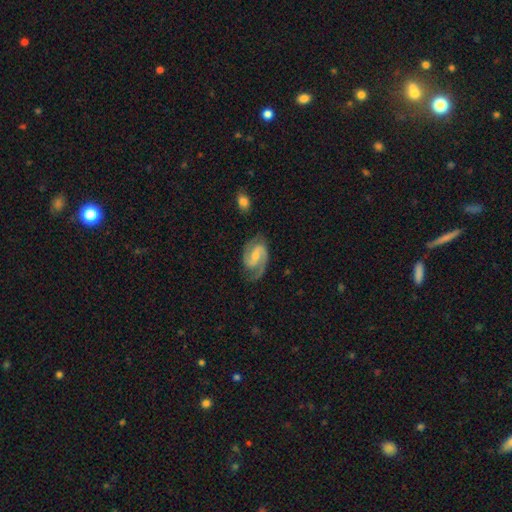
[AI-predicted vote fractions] Q: Smooth or featured?
A: featured or disk (91%); runner-up: smooth (5%)
Q: Edge-on disk?
A: no (98%); runner-up: yes (2%)
Q: Bar?
A: weak (50%); runner-up: no (26%)
Q: Spiral arms?
A: yes (98%); runner-up: no (2%)
Q: Spiral winding?
A: medium (59%); runner-up: tight (28%)
Q: Spiral arm count?
A: 2 (93%); runner-up: can't tell (2%)
Q: Bulge size?
A: small (47%); runner-up: moderate (41%)
Q: Merging?
A: none (79%); runner-up: minor disturbance (15%)